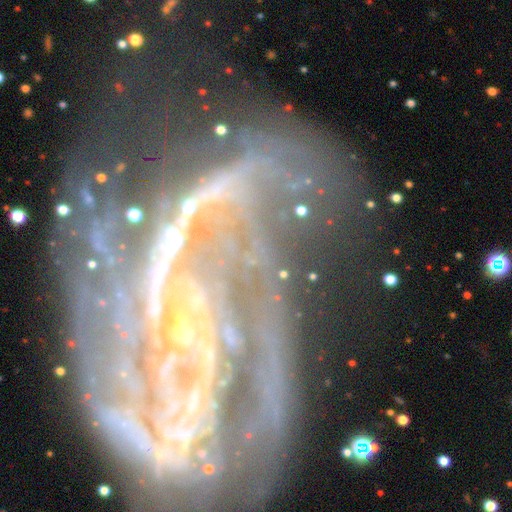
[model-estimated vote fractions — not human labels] This is marginally a star or artifact rather than a galaxy (42%).